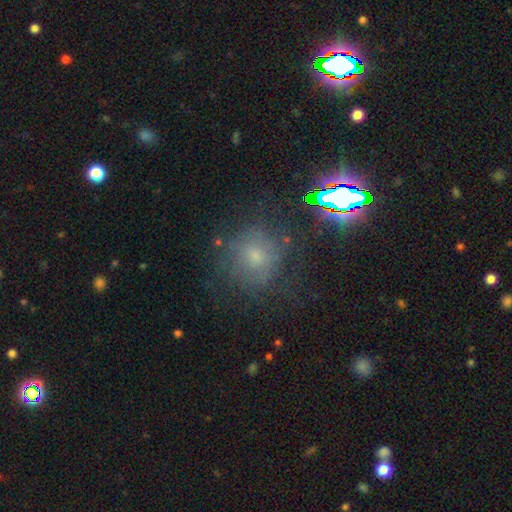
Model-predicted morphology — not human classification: smooth 53%, star or artifact 27%, featured or disk 20%. Down the decision tree: how rounded — round (86%); merging — none (69%).